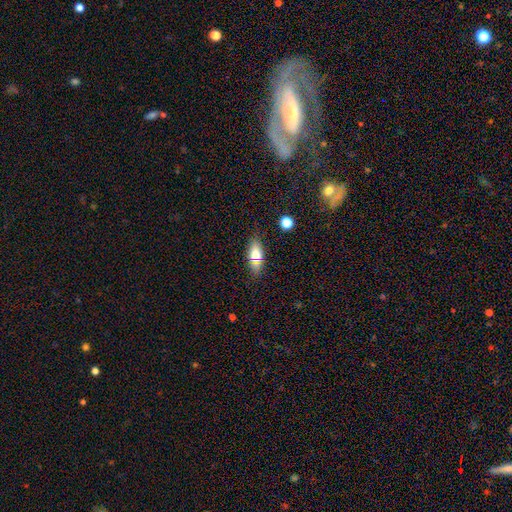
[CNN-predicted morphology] This is likely a smooth galaxy (69%). How rounded: likely in between (72%). Merging: clearly none (84%).